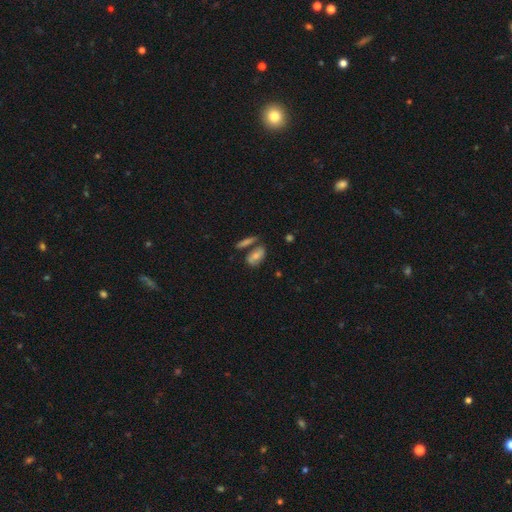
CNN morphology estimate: smooth 56%, featured or disk 32%, star or artifact 12%. Down the decision tree: how rounded — in between (78%); merging — none (60%).